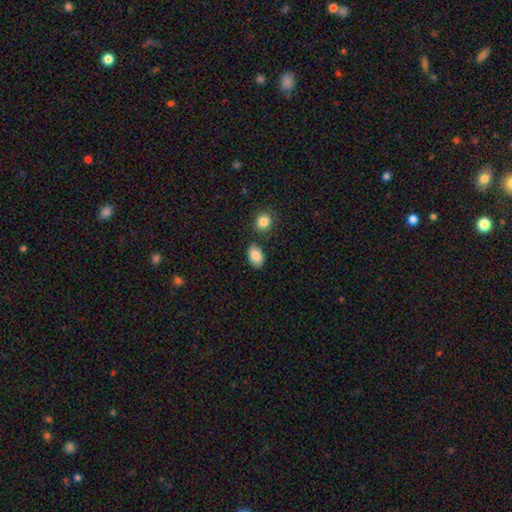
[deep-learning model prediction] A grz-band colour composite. It shows a smooth galaxy with no disk features (87%) that is in between round and cigar-shaped (88%). Merging: none (78%).